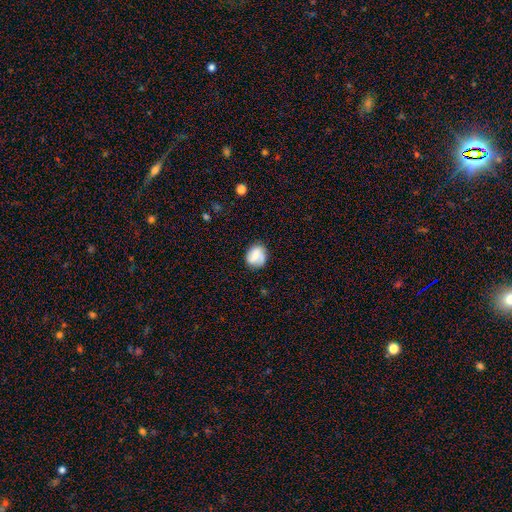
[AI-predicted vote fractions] smooth-or-featured: smooth: 50% | featured or disk: 42% | star or artifact: 8%
  merging: none: 73% | minor disturbance: 19% | major disturbance: 6% | merger: 2%